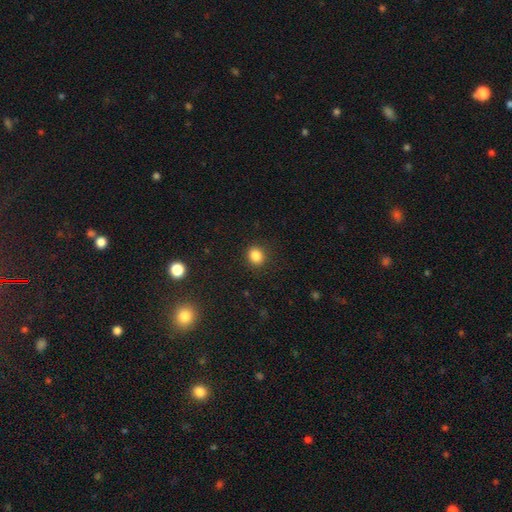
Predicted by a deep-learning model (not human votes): smooth-or-featured: smooth: 85% | star or artifact: 11% | featured or disk: 4%
  how-rounded: round: 75% | in between: 24% | cigar-shaped: 1%
  merging: none: 89% | minor disturbance: 7% | major disturbance: 3% | merger: 1%